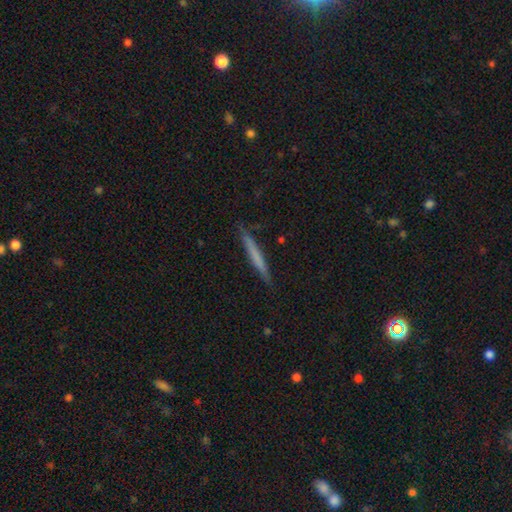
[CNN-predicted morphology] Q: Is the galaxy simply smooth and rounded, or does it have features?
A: smooth — 58%.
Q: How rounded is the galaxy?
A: cigar-shaped — 96%.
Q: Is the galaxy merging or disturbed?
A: none — 89%.